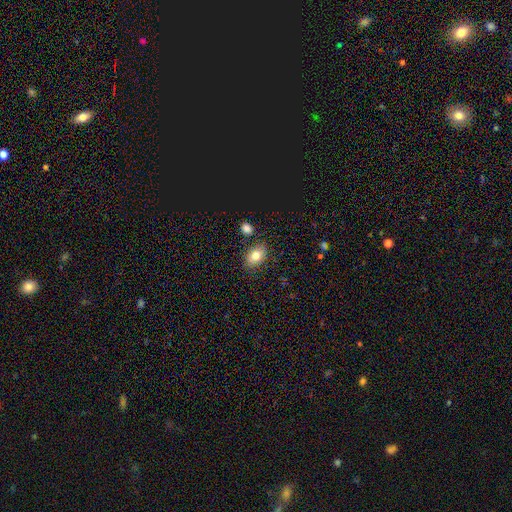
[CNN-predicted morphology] Q: Smooth or featured?
A: smooth (79%); runner-up: featured or disk (11%)
Q: How rounded?
A: in between (82%); runner-up: round (17%)
Q: Merging?
A: none (80%); runner-up: minor disturbance (11%)